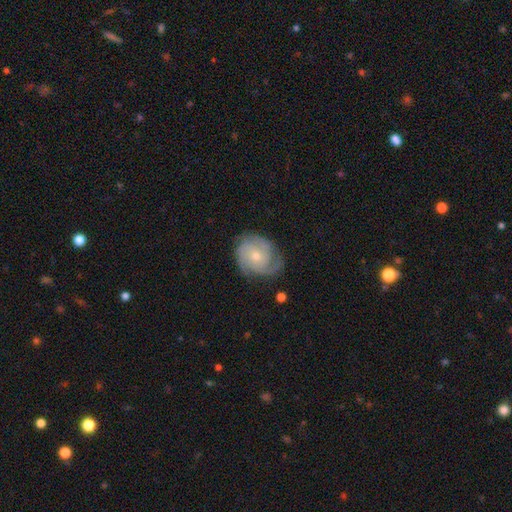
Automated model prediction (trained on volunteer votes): Smooth or featured? featured or disk (77%)
Edge-on disk? no (98%)
Bar? no (74%)
Spiral arms? yes (95%)
Spiral winding? tight (54%)
Spiral arm count? 3 (42%)
Bulge size? small (58%)
Merging? none (69%)